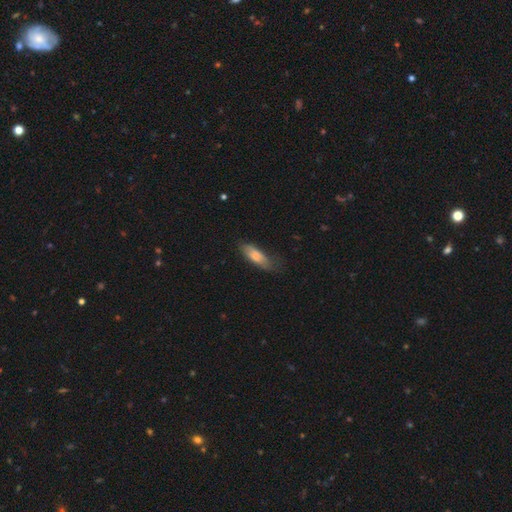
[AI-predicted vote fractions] A smooth galaxy with no disk features (79%) that is in between round and cigar-shaped (63%). Merging: none (53%).